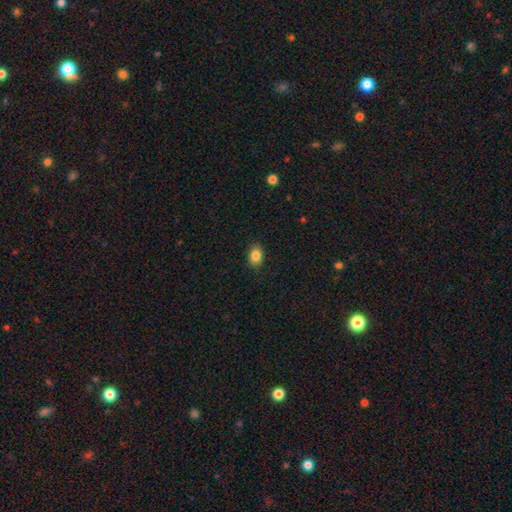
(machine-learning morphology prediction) The model was most divided on "how rounded": in between: 80%, round: 19%, cigar-shaped: 1%. More confident: merging — none (88%); smooth or featured — smooth (85%).